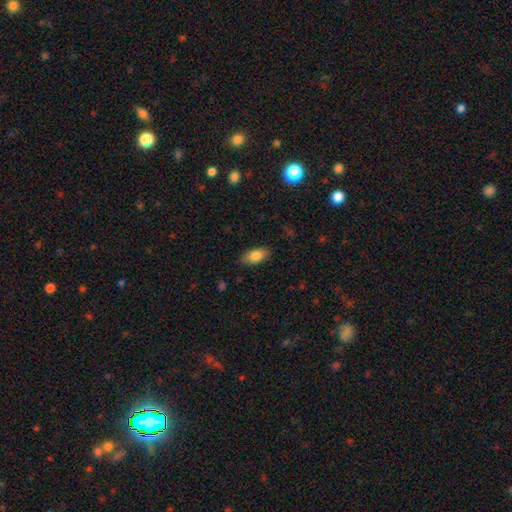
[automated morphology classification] type=smooth (83%); roundness=in between (90%); merging=none (85%).